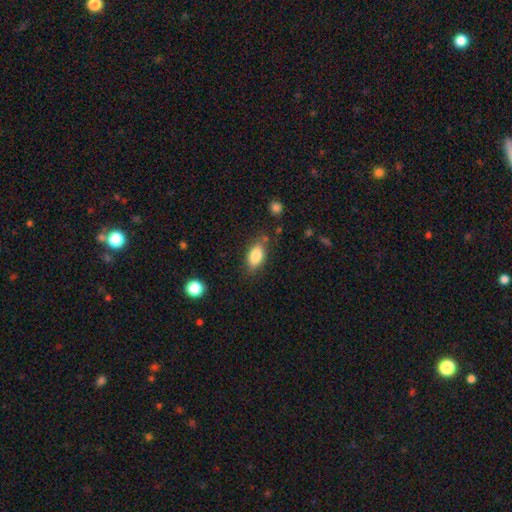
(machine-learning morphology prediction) Smooth or featured: smooth — 83% (featured or disk — 9%)
How rounded: in between — 88% (cigar-shaped — 7%)
Merging: none — 76% (minor disturbance — 16%)